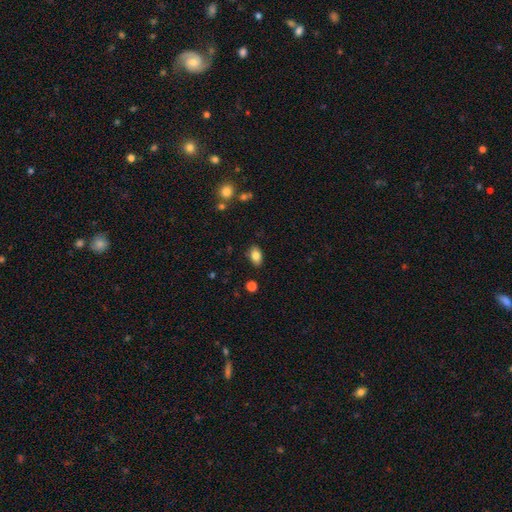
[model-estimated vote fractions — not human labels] smooth 82%, featured or disk 9%, star or artifact 9%. Down the decision tree: how rounded — in between (86%); merging — none (85%).